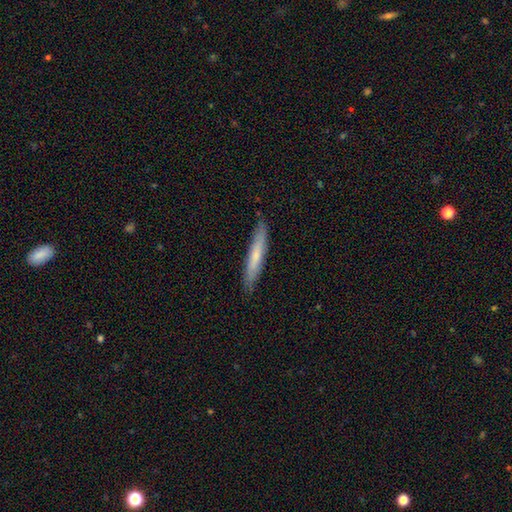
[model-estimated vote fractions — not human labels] This is likely a smooth galaxy (61%). How rounded: clearly cigar-shaped (93%). Merging: clearly none (87%).